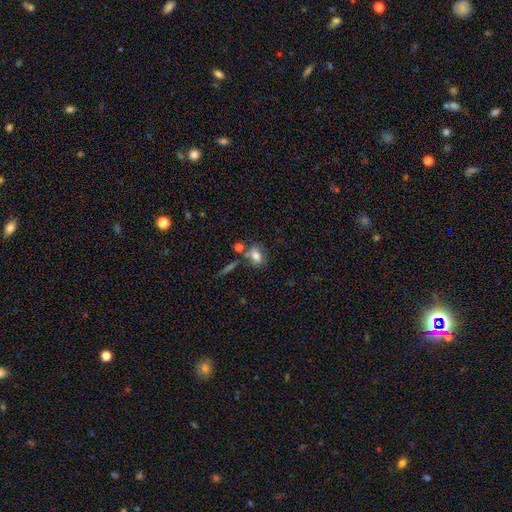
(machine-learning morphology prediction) smooth 74%, featured or disk 15%, star or artifact 11%. Down the decision tree: how rounded — in between (68%); merging — none (55%).